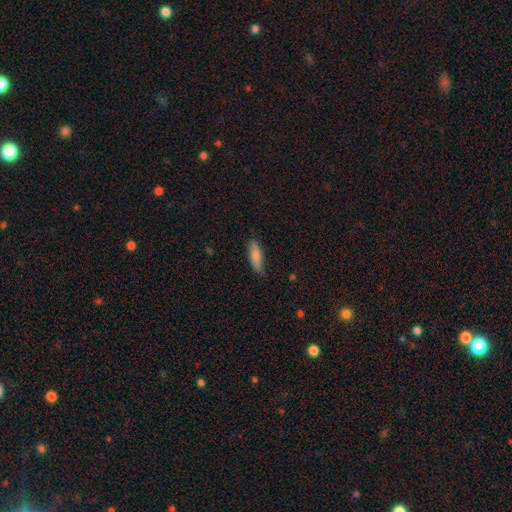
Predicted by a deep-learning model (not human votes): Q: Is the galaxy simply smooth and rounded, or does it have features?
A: smooth — 81%.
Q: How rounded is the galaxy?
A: cigar-shaped — 57%.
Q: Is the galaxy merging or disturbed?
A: none — 83%.